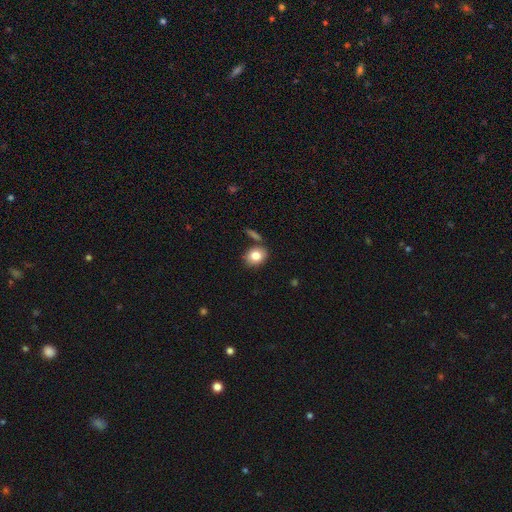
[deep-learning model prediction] Smooth or featured: smooth — 81% (featured or disk — 10%)
How rounded: in between — 57% (round — 42%)
Merging: none — 73% (minor disturbance — 13%)